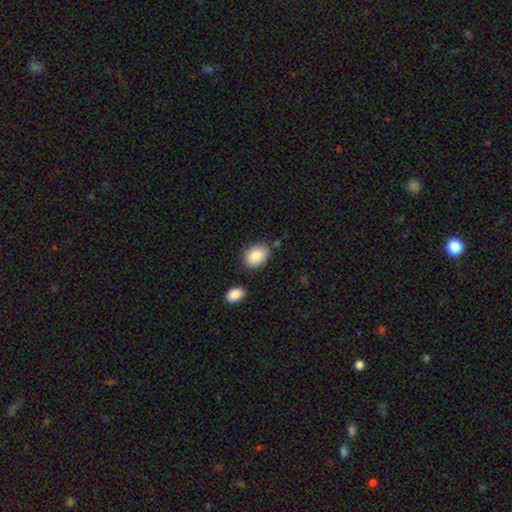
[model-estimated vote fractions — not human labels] A smooth galaxy with no disk features (87%) that is in between round and cigar-shaped (78%).

Vote fractions:
- Smooth or featured? smooth: 87% / star or artifact: 7% / featured or disk: 6%
- How rounded? in between: 78% / round: 21% / cigar-shaped: 1%
- Merging? none: 78% / minor disturbance: 13% / merger: 6% / major disturbance: 3%